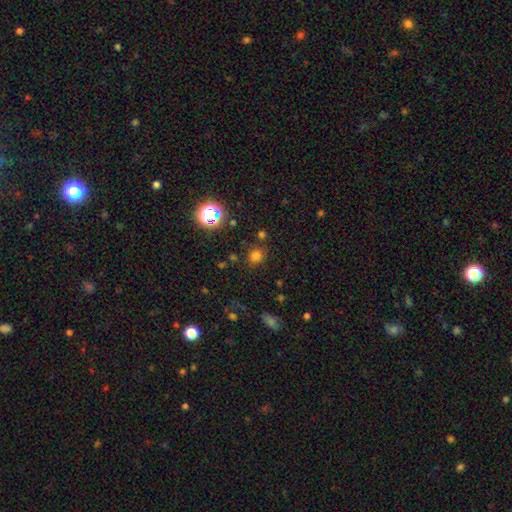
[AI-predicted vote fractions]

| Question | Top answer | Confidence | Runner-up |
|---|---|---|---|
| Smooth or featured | smooth | 71% | star or artifact (24%) |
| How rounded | round | 76% | in between (23%) |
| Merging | none | 80% | minor disturbance (11%) |